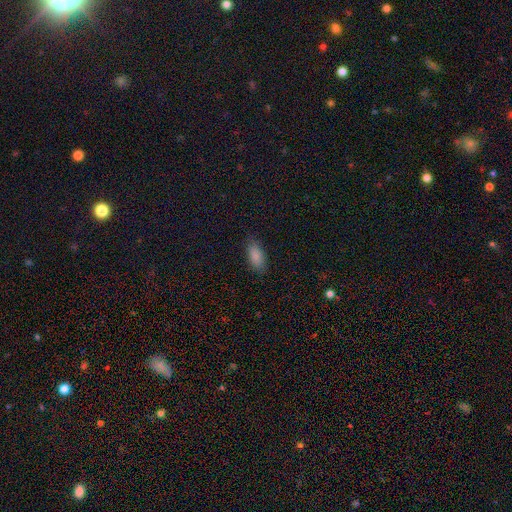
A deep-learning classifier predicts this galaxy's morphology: The model was most divided on "how rounded": in between: 84%, cigar-shaped: 13%, round: 2%. More confident: smooth or featured — smooth (87%); merging — none (84%).